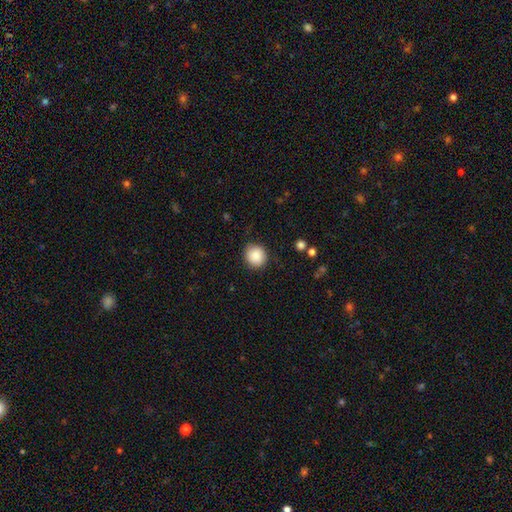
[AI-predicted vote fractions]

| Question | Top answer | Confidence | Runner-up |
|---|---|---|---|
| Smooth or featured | smooth | 88% | star or artifact (8%) |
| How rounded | round | 88% | in between (11%) |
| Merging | none | 86% | minor disturbance (10%) |